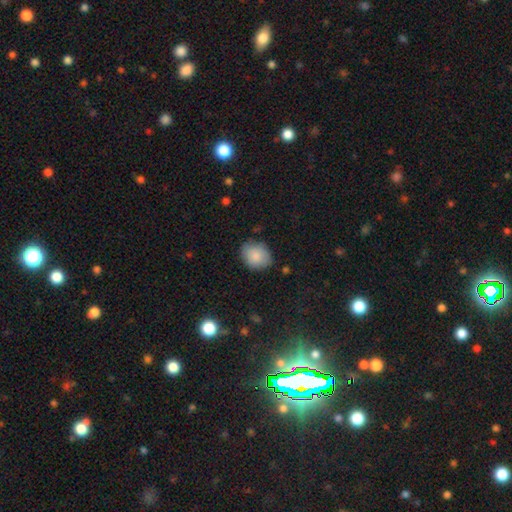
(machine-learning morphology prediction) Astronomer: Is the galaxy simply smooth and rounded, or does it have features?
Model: smooth — 87%.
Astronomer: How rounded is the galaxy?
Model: round — 56% (runner-up: in between, 43%).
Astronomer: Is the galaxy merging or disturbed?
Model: none — 76%.